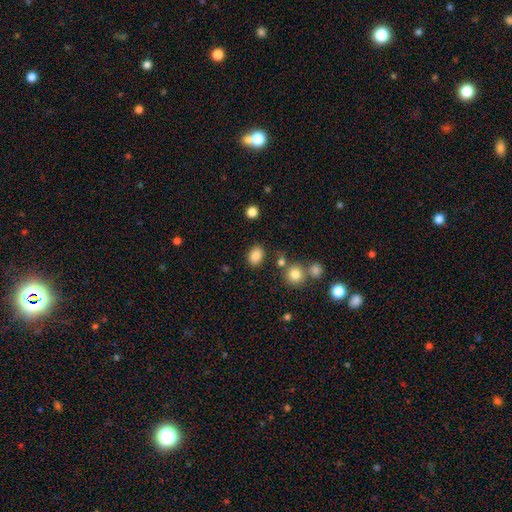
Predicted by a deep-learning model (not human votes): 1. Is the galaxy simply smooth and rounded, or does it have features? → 85% smooth, 10% star or artifact, 4% featured or disk.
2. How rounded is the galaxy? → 73% in between, 26% round, 1% cigar-shaped.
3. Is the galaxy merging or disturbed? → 80% none, 11% minor disturbance, 5% merger, 4% major disturbance.